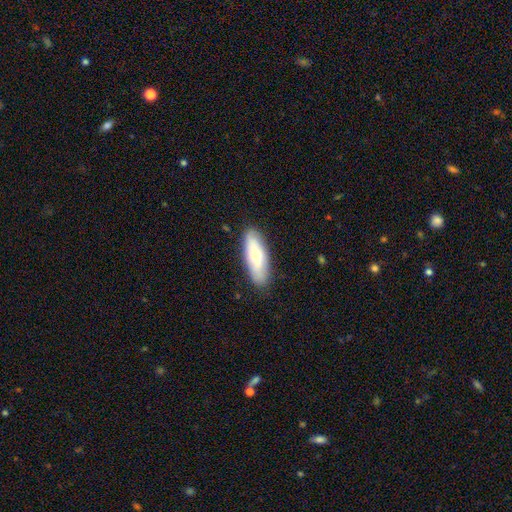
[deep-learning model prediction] Smooth or featured?
  - smooth: 68% *
  - featured or disk: 26%
  - star or artifact: 6%
How rounded?
  - in between: 62% *
  - cigar-shaped: 35%
  - round: 2%
Merging?
  - none: 86% *
  - minor disturbance: 11%
  - major disturbance: 2%
  - merger: 1%